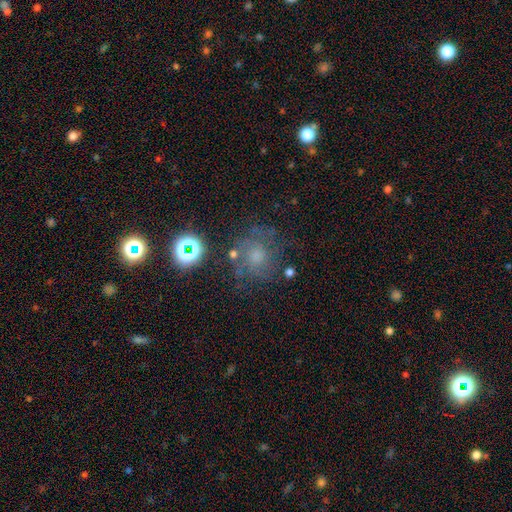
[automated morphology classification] Overall: smooth (41%; featured or disk 34%). Merging: none (64%).